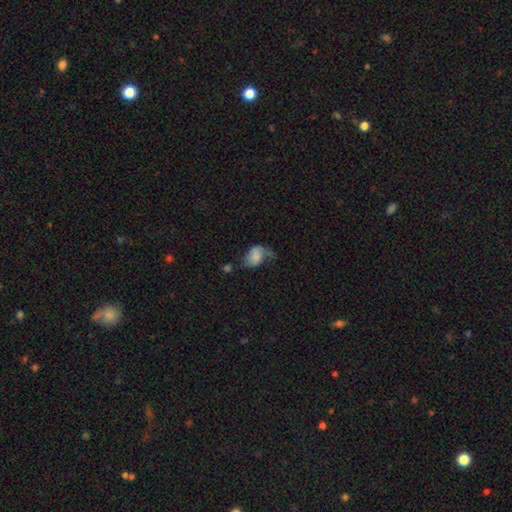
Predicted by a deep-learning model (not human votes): A smooth galaxy with no disk features (56%) that is in between round and cigar-shaped (80%).

Vote fractions:
- Smooth or featured? smooth: 56% / featured or disk: 34% / star or artifact: 10%
- How rounded? in between: 80% / round: 19% / cigar-shaped: 1%
- Merging? major disturbance: 37% / minor disturbance: 29% / none: 26% / merger: 7%